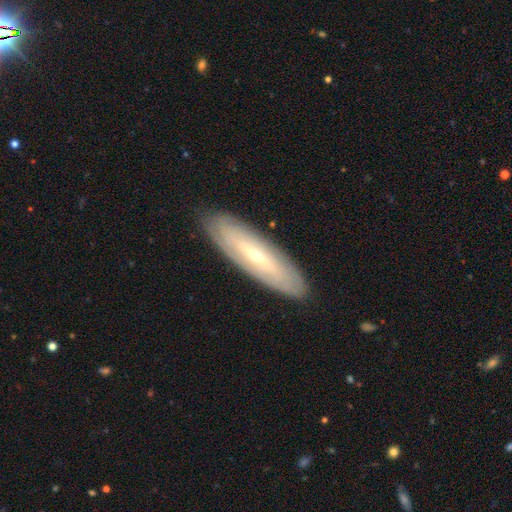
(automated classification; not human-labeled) smooth-or-featured: featured or disk: 68% | smooth: 25% | star or artifact: 6%
  disk-edge-on: no: 65% | yes: 35%
  merging: none: 87% | minor disturbance: 10% | major disturbance: 2% | merger: 1%